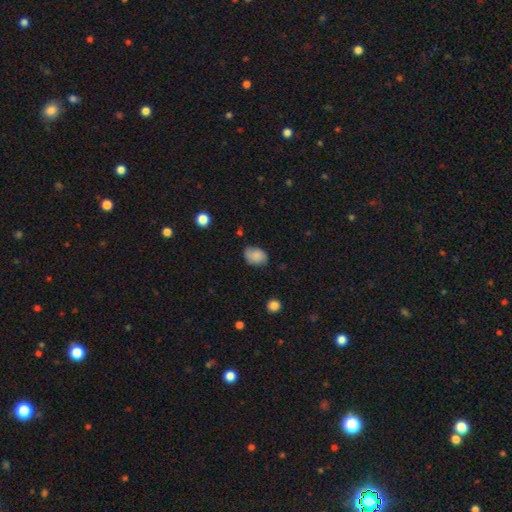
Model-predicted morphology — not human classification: This is clearly a smooth galaxy (81%). How rounded: likely in between (73%). Merging: likely none (68%).